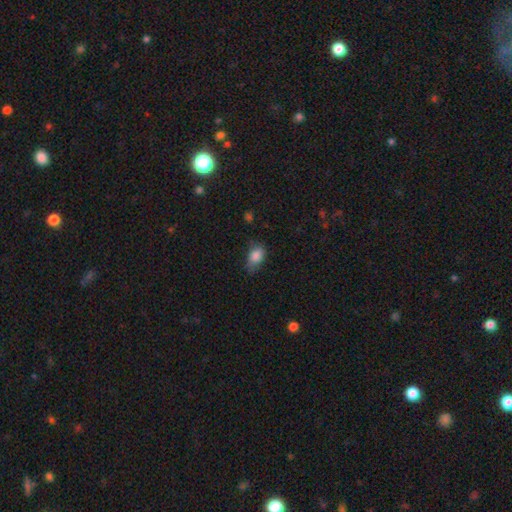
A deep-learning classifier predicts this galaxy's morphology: smooth-or-featured: smooth: 85% | star or artifact: 9% | featured or disk: 7%
  how-rounded: in between: 82% | round: 16% | cigar-shaped: 2%
  merging: none: 52% | minor disturbance: 36% | major disturbance: 11% | merger: 2%